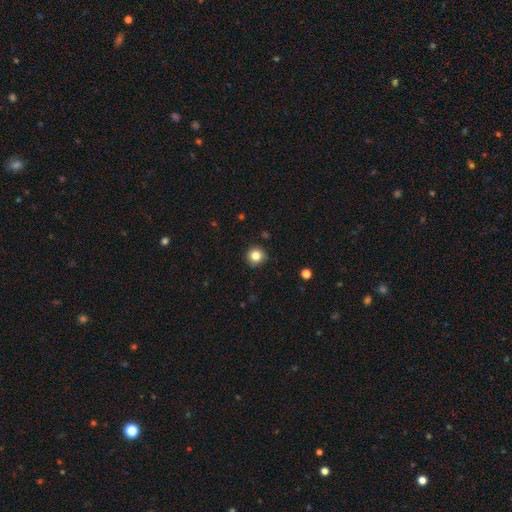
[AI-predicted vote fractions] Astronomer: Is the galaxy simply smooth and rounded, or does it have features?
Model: smooth — 83%.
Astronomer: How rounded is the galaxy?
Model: round — 94%.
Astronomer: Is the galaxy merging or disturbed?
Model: none — 90%.